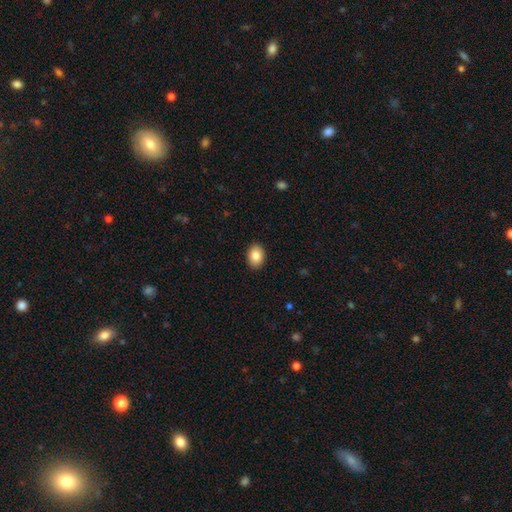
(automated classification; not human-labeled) Smooth or featured? smooth (86%)
How rounded? in between (76%)
Merging? none (90%)